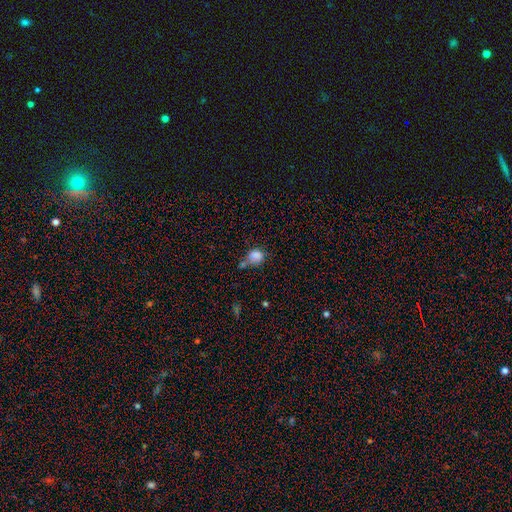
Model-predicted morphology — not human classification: This is likely a smooth galaxy (79%). How rounded: possibly round (56%). Merging: marginally none (36%).